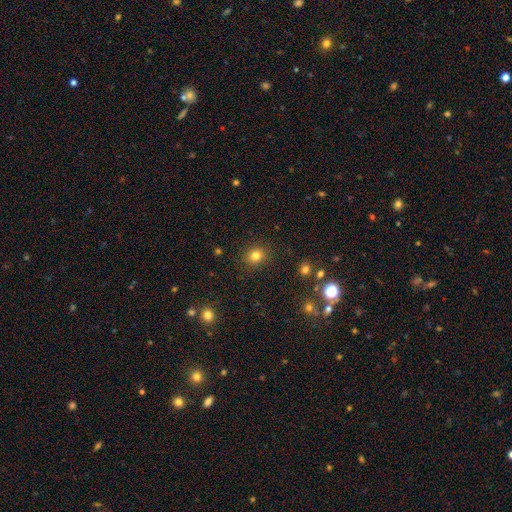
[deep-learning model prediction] This appears to be a smooth galaxy with no disk features (81%) that is round (73%). Merging: none (89%).